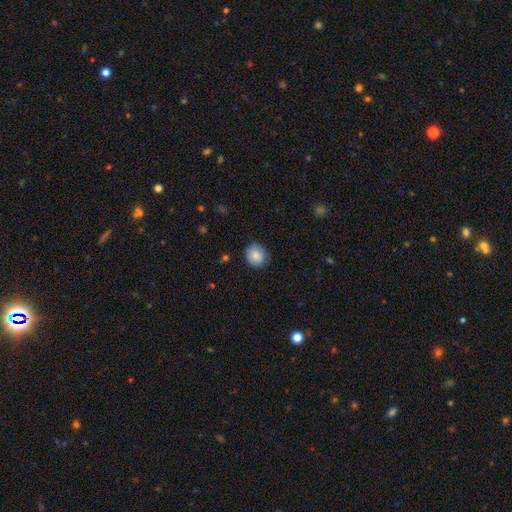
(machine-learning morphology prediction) Q: Smooth or featured?
A: smooth (84%); runner-up: featured or disk (9%)
Q: How rounded?
A: round (74%); runner-up: in between (25%)
Q: Merging?
A: none (75%); runner-up: minor disturbance (20%)